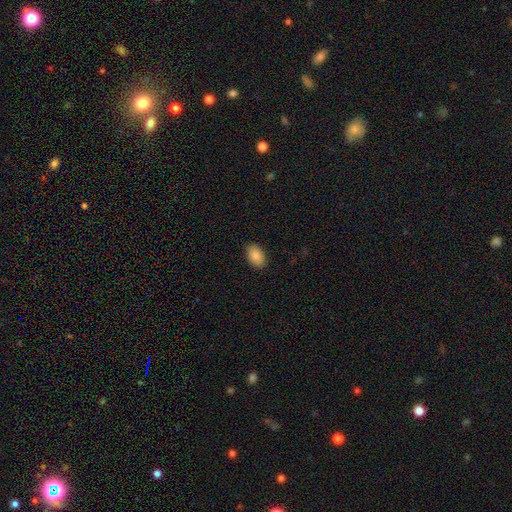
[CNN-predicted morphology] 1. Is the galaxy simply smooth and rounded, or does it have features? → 88% smooth, 7% star or artifact, 5% featured or disk.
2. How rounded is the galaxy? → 89% in between, 10% round, 1% cigar-shaped.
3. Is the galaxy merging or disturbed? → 88% none, 9% minor disturbance, 2% major disturbance, 1% merger.